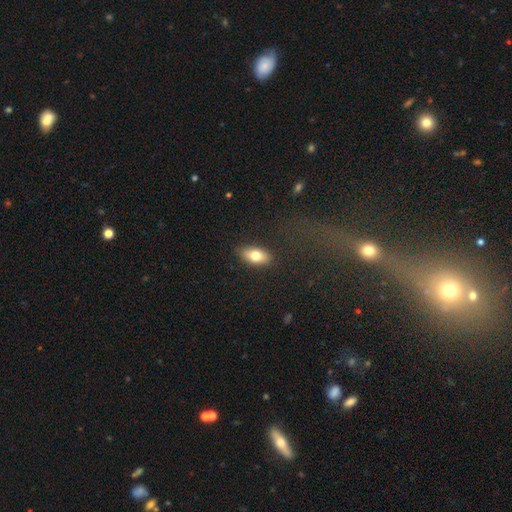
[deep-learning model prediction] smooth_or_featured: smooth (p=0.75) [alt: featured or disk p=0.18]
how_rounded: in between (p=0.87) [alt: cigar-shaped p=0.08]
merging: none (p=0.86) [alt: minor disturbance p=0.10]